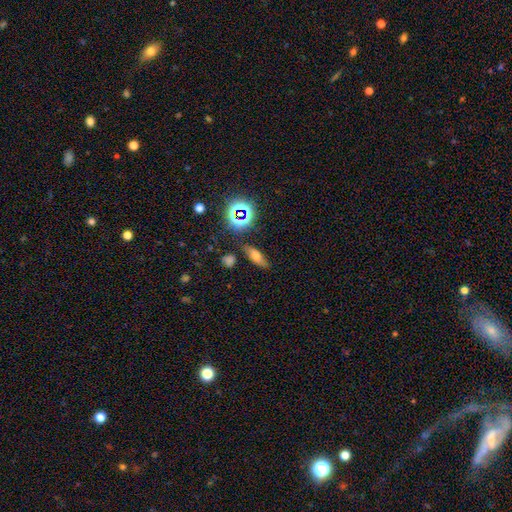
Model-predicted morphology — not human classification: Smooth or featured? Predicted: smooth (p=0.54). How rounded? Predicted: in between (p=0.55). Merging? Predicted: none (p=0.78).